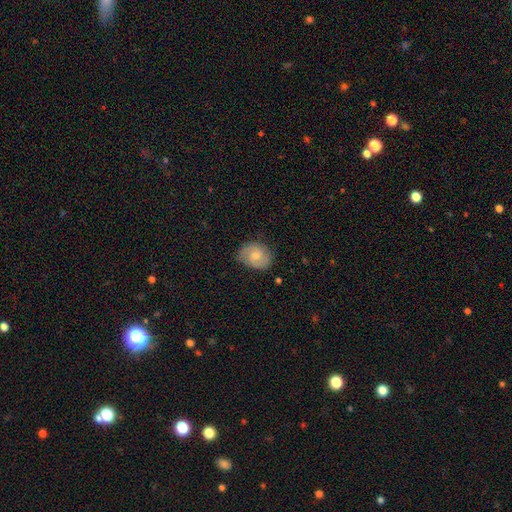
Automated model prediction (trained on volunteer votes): featured or disk 62%, smooth 31%, star or artifact 7%. Down the decision tree: edge-on disk — no (97%); bar — no (53%); spiral arms — yes (91%); spiral arm count — 2 (83%); spiral winding — medium (45%); bulge size — moderate (49%); merging — none (76%).